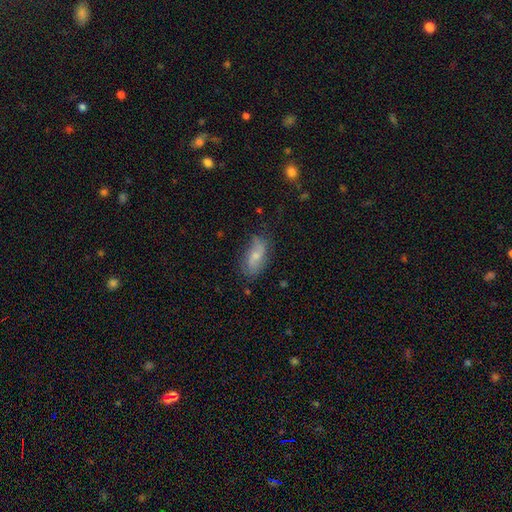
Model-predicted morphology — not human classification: This is possibly a smooth galaxy (53%). How rounded: clearly in between (85%). Merging: likely none (65%).